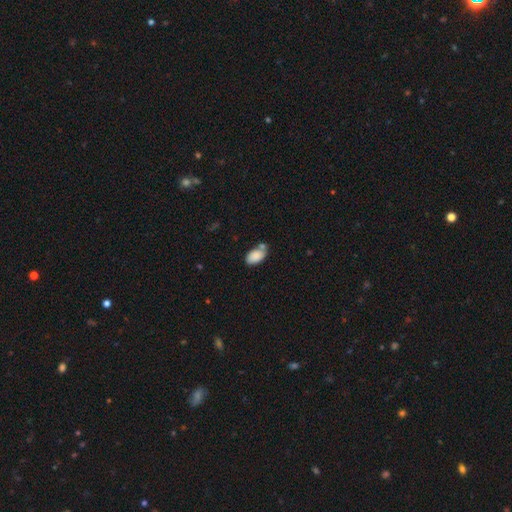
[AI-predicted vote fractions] Morphology: type=smooth (85%); roundness=in between (93%); merging=none (53%).